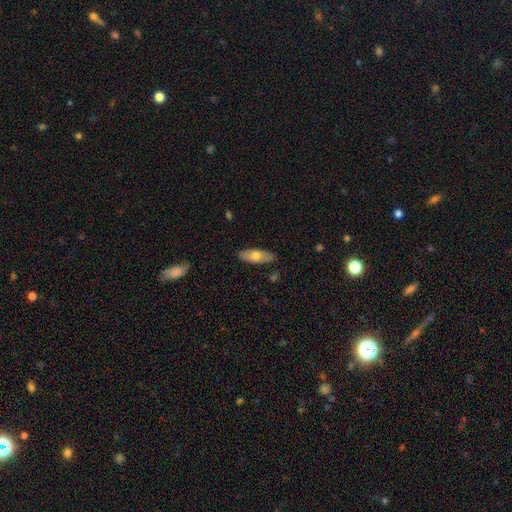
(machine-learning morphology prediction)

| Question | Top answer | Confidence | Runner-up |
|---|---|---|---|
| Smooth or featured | smooth | 65% | featured or disk (29%) |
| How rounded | in between | 71% | cigar-shaped (26%) |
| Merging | none | 87% | minor disturbance (10%) |